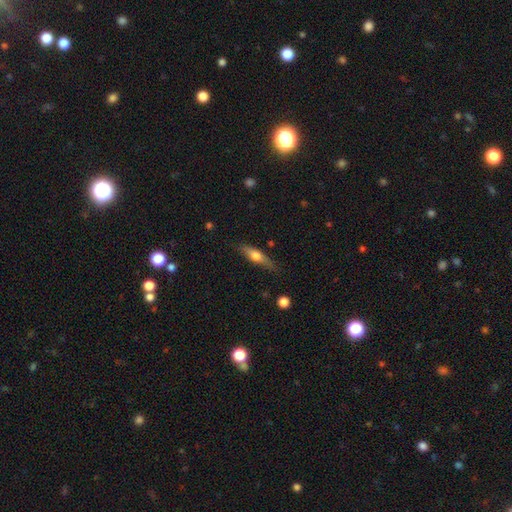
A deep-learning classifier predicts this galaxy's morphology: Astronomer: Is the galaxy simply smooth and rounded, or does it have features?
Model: smooth — 50% (runner-up: featured or disk, 43%).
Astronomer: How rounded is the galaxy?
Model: cigar-shaped — 70%.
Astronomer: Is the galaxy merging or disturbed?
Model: none — 76%.